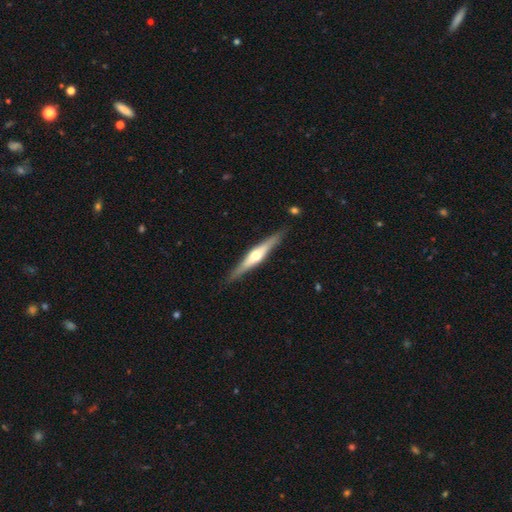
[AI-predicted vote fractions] Q: Smooth or featured?
A: featured or disk (72%); runner-up: smooth (24%)
Q: Edge-on disk?
A: yes (97%); runner-up: no (3%)
Q: Edge-on bulge?
A: rounded (90%); runner-up: boxy (6%)
Q: Merging?
A: none (88%); runner-up: minor disturbance (9%)